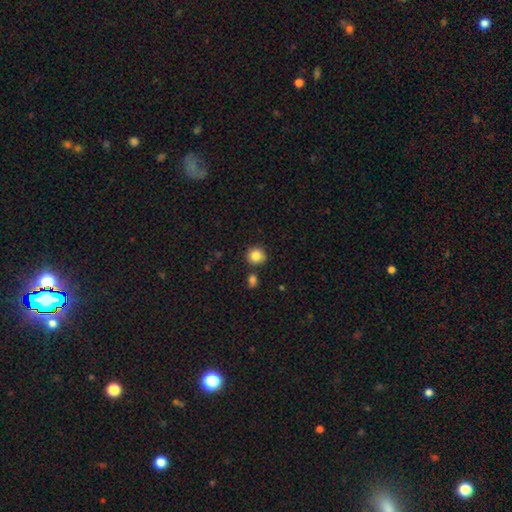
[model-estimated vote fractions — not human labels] A smooth galaxy with no disk features (85%) that is round (90%).

Vote fractions:
- Smooth or featured? smooth: 85% / star or artifact: 10% / featured or disk: 5%
- How rounded? round: 90% / in between: 9% / cigar-shaped: 1%
- Merging? none: 82% / minor disturbance: 10% / merger: 6% / major disturbance: 2%